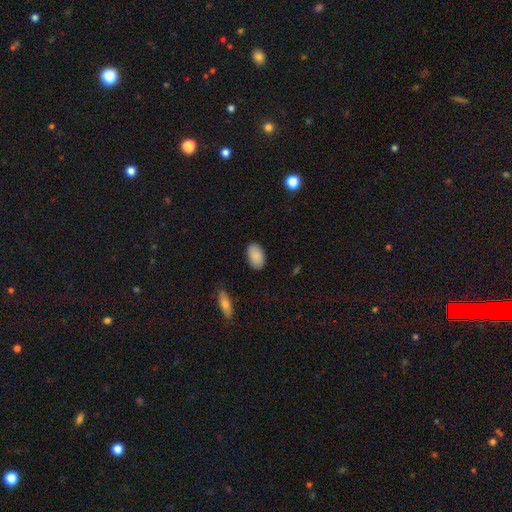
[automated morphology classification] smooth-or-featured: smooth: 87% | featured or disk: 7% | star or artifact: 6%
  how-rounded: in between: 93% | round: 6% | cigar-shaped: 1%
  merging: none: 87% | minor disturbance: 10% | major disturbance: 2% | merger: 1%